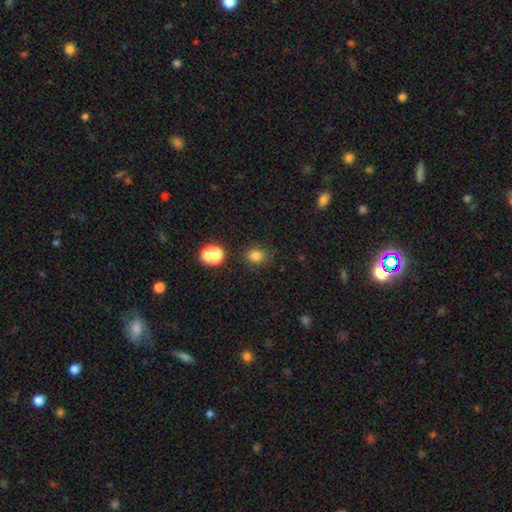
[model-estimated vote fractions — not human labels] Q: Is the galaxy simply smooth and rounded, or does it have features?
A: smooth — 80%.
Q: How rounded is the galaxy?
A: round — 73%.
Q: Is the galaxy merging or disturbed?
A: none — 80%.